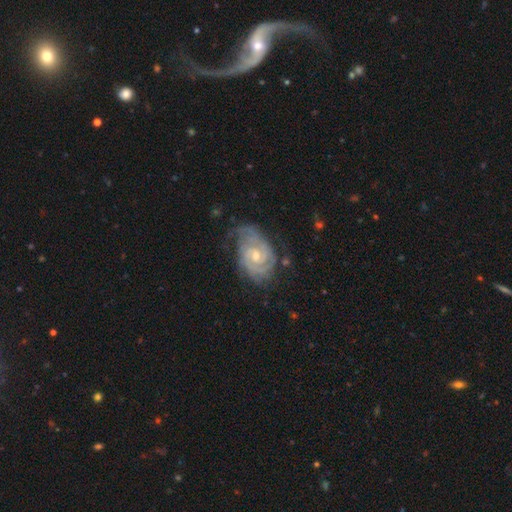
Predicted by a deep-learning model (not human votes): This is clearly a featured or disk galaxy (87%). It is clearly not viewed edge-on (97%). Bar: possibly no (59%). Spiral arm pattern: clearly yes (97%). Spiral arm count: possibly 2 (47%). Spiral winding: likely tight (70%). Central bulge: possibly moderate (51%). Merging: likely none (64%).